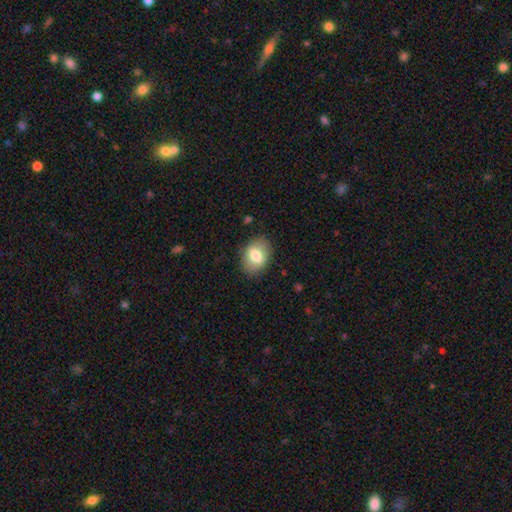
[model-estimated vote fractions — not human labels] This appears to be a smooth galaxy with no disk features (74%) that is in between round and cigar-shaped (71%). Merging: none (83%).